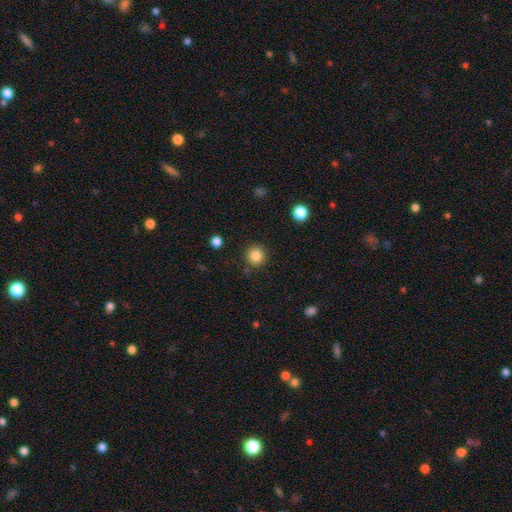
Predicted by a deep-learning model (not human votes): A smooth galaxy with no disk features (85%) that is round (93%).

Vote fractions:
- Smooth or featured? smooth: 85% / star or artifact: 10% / featured or disk: 5%
- How rounded? round: 93% / in between: 6% / cigar-shaped: 1%
- Merging? none: 87% / minor disturbance: 8% / merger: 3% / major disturbance: 2%